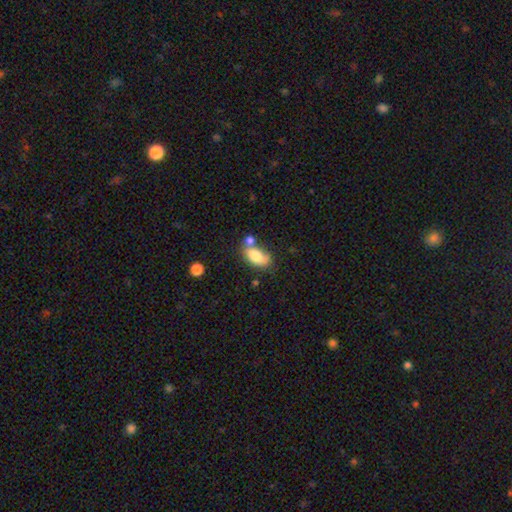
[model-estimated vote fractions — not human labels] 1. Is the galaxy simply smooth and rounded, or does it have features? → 73% smooth, 19% featured or disk, 8% star or artifact.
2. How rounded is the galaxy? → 89% in between, 7% round, 4% cigar-shaped.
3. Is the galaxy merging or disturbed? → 40% none, 31% merger, 20% minor disturbance, 9% major disturbance.